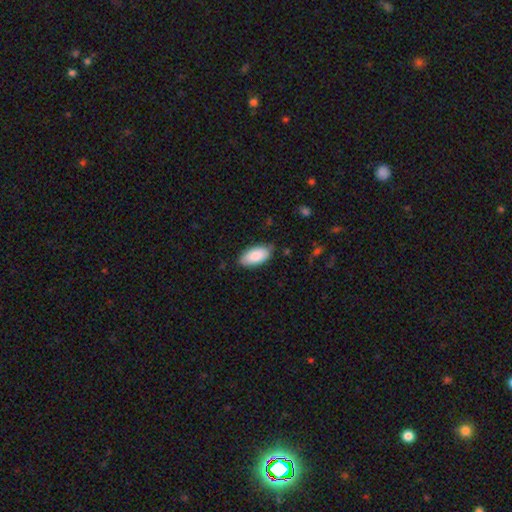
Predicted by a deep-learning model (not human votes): smooth 88%, featured or disk 6%, star or artifact 6%. Down the decision tree: how rounded — in between (94%); merging — none (81%).